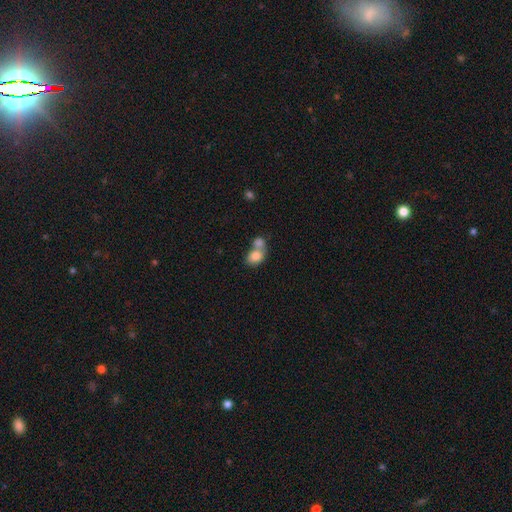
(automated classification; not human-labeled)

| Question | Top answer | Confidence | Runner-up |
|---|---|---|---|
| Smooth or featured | smooth | 81% | featured or disk (11%) |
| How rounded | in between | 59% | round (40%) |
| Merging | merger | 63% | none (26%) |